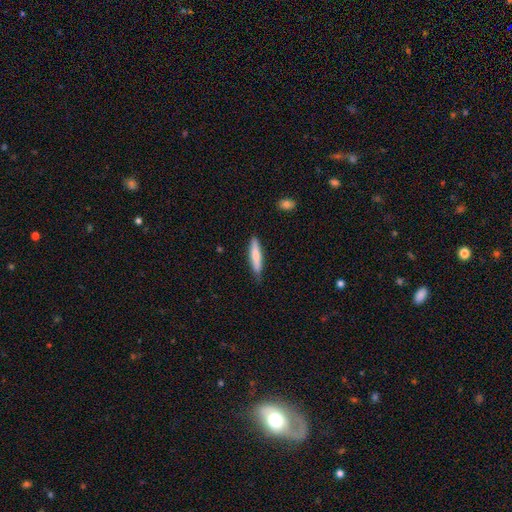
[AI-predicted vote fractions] smooth-or-featured: smooth: 70% | featured or disk: 25% | star or artifact: 5%
  how-rounded: cigar-shaped: 85% | in between: 14% | round: 1%
  merging: none: 82% | minor disturbance: 15% | major disturbance: 2% | merger: 1%